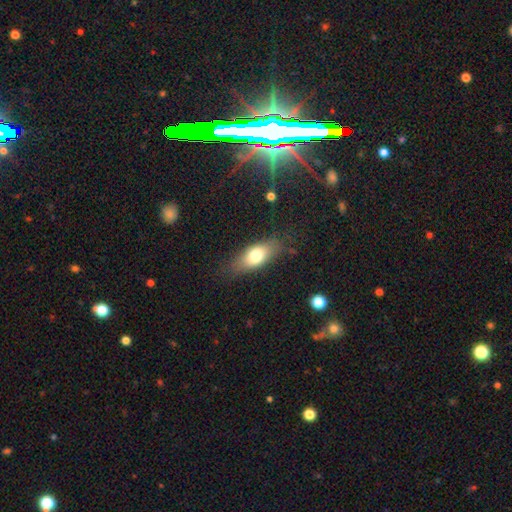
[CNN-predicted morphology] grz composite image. It shows a smooth galaxy with no disk features (72%) that is in between round and cigar-shaped (79%). Merging: none (78%).